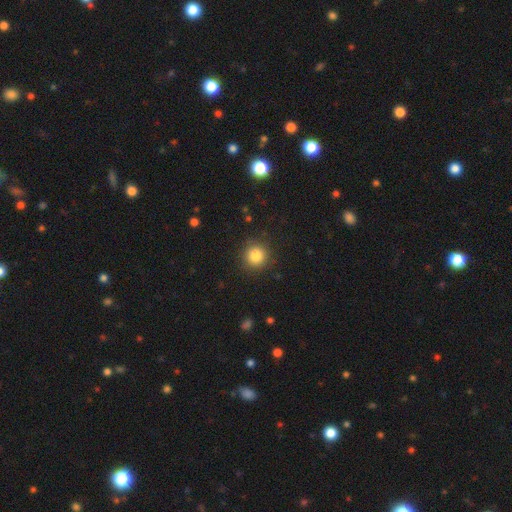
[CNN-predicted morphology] smooth 84%, star or artifact 11%, featured or disk 5%. Down the decision tree: how rounded — round (92%); merging — none (88%).